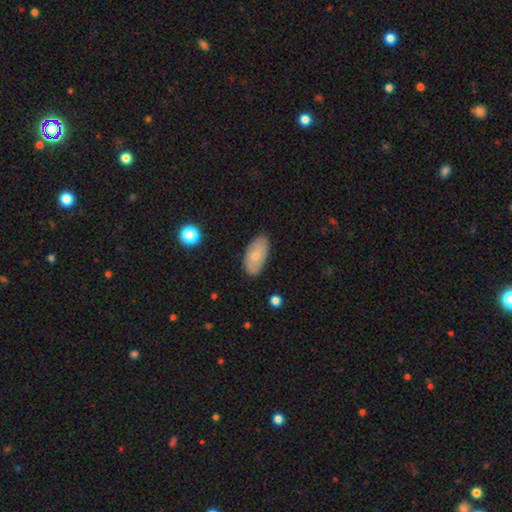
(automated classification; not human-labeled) Smooth or featured? Predicted: smooth (p=0.71). How rounded? Predicted: in between (p=0.93). Merging? Predicted: none (p=0.83).